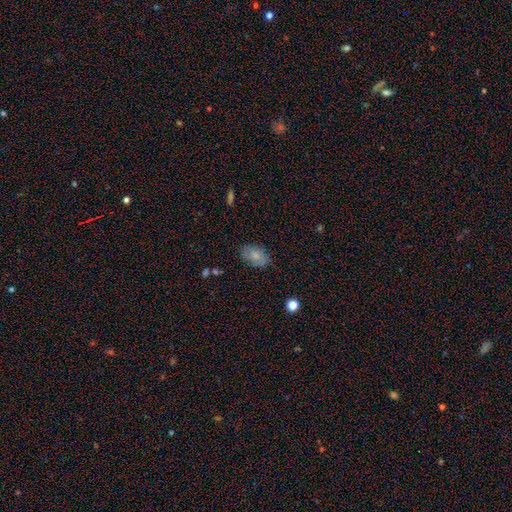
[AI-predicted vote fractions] This appears to be a smooth galaxy with no disk features (72%) that is in between round and cigar-shaped (90%). Merging: none (80%).